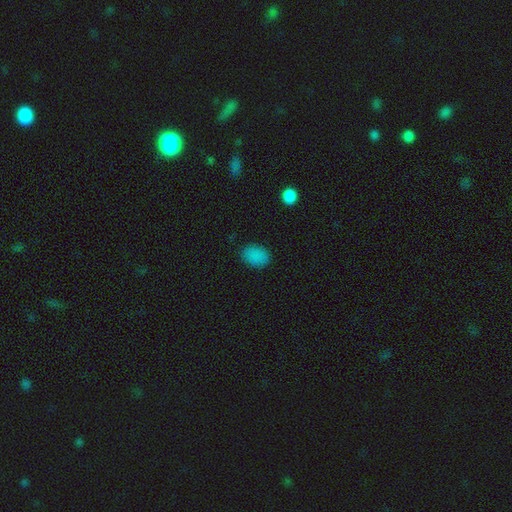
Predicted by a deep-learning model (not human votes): A smooth galaxy with no disk features (85%) that is in between round and cigar-shaped (74%).

Vote fractions:
- Smooth or featured? smooth: 85% / star or artifact: 11% / featured or disk: 4%
- How rounded? in between: 74% / round: 25% / cigar-shaped: 1%
- Merging? none: 84% / minor disturbance: 12% / major disturbance: 3% / merger: 1%